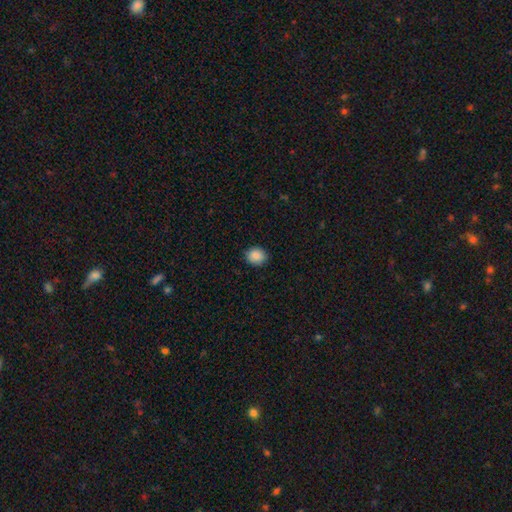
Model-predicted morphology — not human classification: Q: Smooth or featured?
A: smooth (88%); runner-up: star or artifact (9%)
Q: How rounded?
A: round (73%); runner-up: in between (26%)
Q: Merging?
A: none (88%); runner-up: minor disturbance (9%)